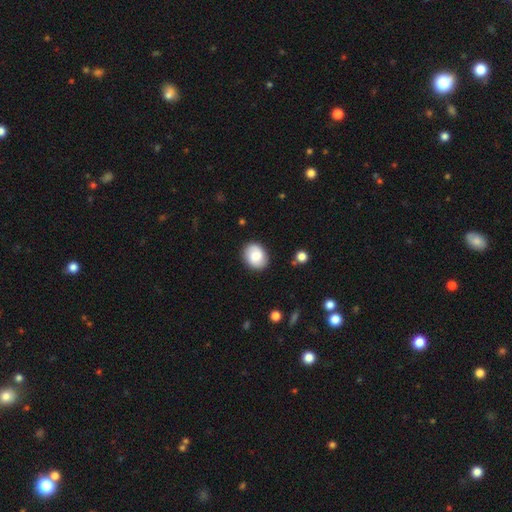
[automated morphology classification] Smooth or featured: smooth — 73% (featured or disk — 19%)
How rounded: in between — 52% (round — 47%)
Merging: none — 85% (minor disturbance — 11%)